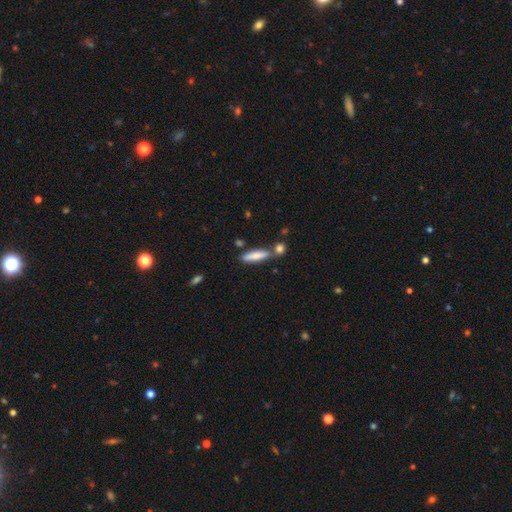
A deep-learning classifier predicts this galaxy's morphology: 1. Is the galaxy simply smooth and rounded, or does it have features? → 77% smooth, 17% featured or disk, 6% star or artifact.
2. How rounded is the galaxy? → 75% cigar-shaped, 23% in between, 2% round.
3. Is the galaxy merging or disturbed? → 65% none, 18% merger, 13% minor disturbance, 4% major disturbance.